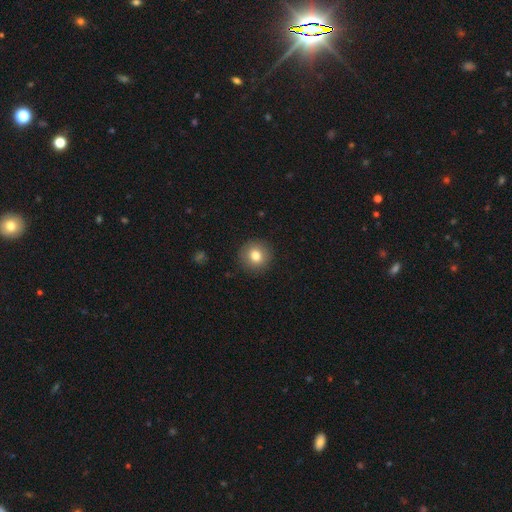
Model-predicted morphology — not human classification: type=smooth (80%); roundness=round (93%); merging=none (91%).